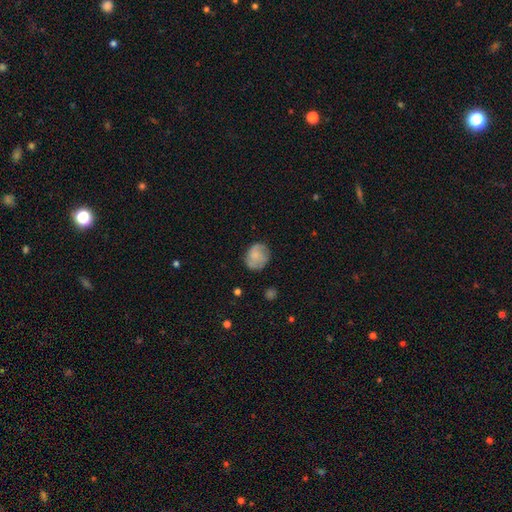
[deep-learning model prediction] Smooth or featured?
  - smooth: 66% *
  - featured or disk: 26%
  - star or artifact: 8%
How rounded?
  - round: 65% *
  - in between: 34%
  - cigar-shaped: 1%
Merging?
  - none: 69% *
  - minor disturbance: 22%
  - major disturbance: 7%
  - merger: 2%